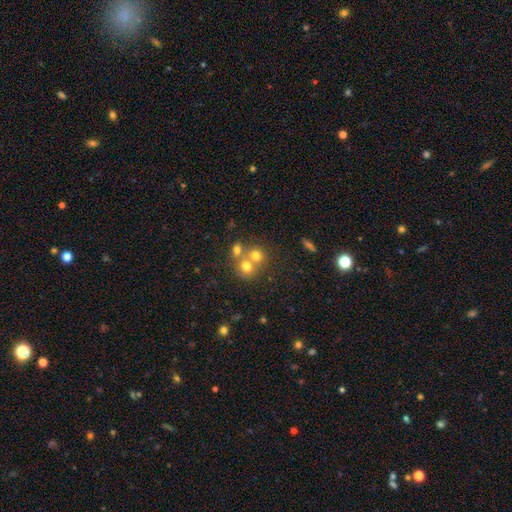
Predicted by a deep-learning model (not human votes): smooth 69%, featured or disk 17%, star or artifact 15%. Down the decision tree: how rounded — round (82%); merging — merger (48%).